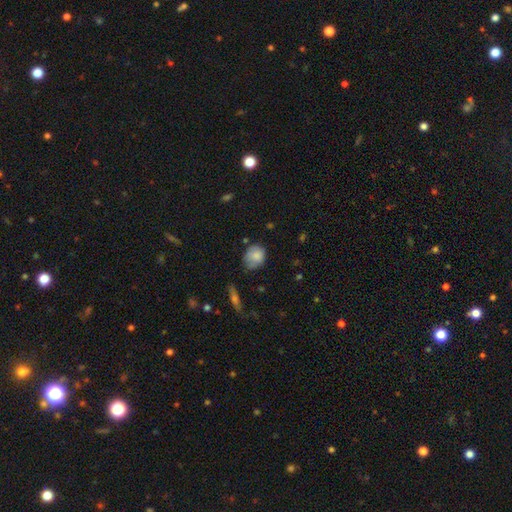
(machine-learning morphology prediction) This appears to be a smooth galaxy with no disk features (79%) that is round (55%). Merging: none (54%).